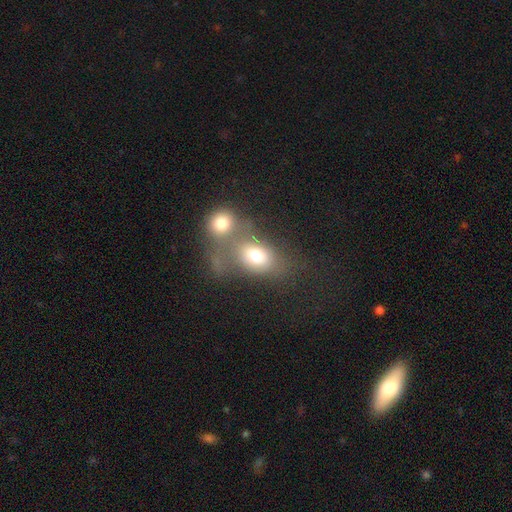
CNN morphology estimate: Smooth or featured: smooth — 71% (featured or disk — 17%)
How rounded: in between — 64% (round — 34%)
Merging: merger — 56% (none — 26%)